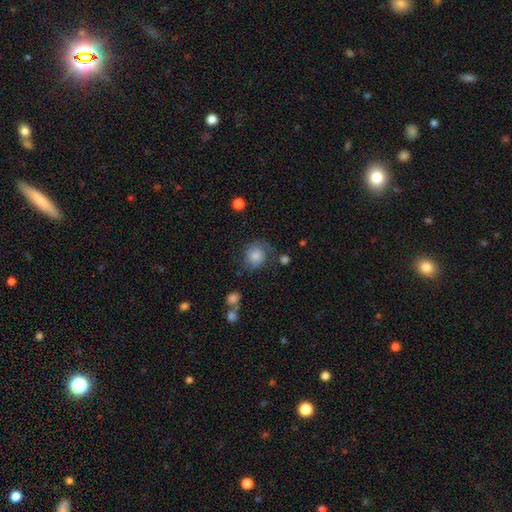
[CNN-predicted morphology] A smooth galaxy with no disk features (55%) that is round (75%).

Vote fractions:
- Smooth or featured? smooth: 55% / featured or disk: 36% / star or artifact: 9%
- How rounded? round: 75% / in between: 24% / cigar-shaped: 1%
- Merging? none: 58% / minor disturbance: 24% / major disturbance: 14% / merger: 4%